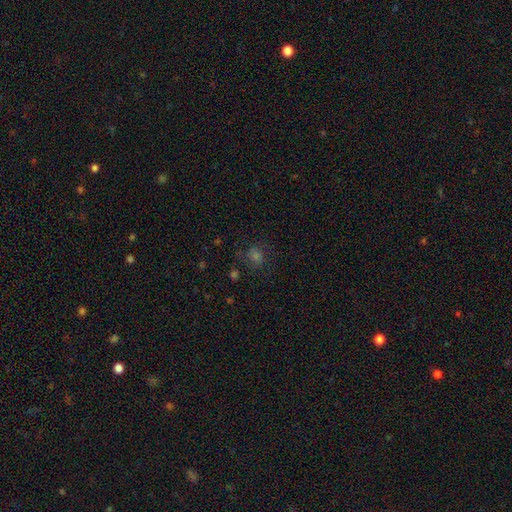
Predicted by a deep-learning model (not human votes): A smooth galaxy with no disk features (39%). Merging: none (75%).